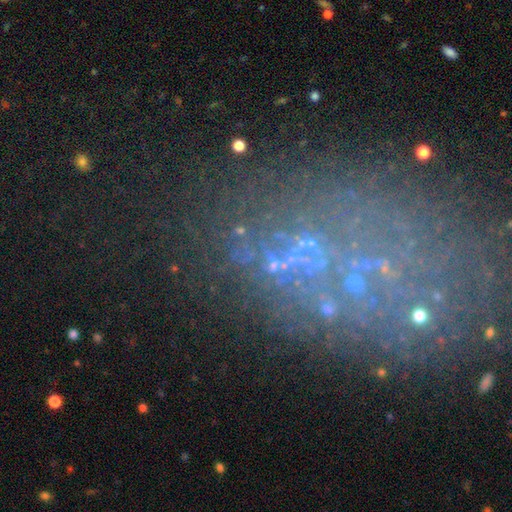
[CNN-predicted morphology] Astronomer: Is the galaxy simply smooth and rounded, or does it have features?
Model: star or artifact — 45% (runner-up: featured or disk, 36%).